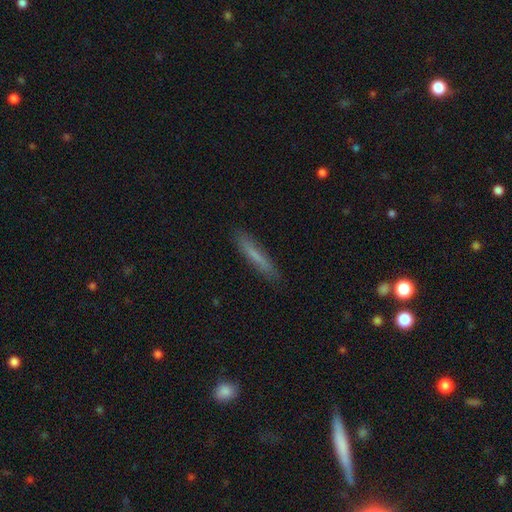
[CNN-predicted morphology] Smooth or featured? smooth (68%)
How rounded? cigar-shaped (92%)
Merging? none (86%)